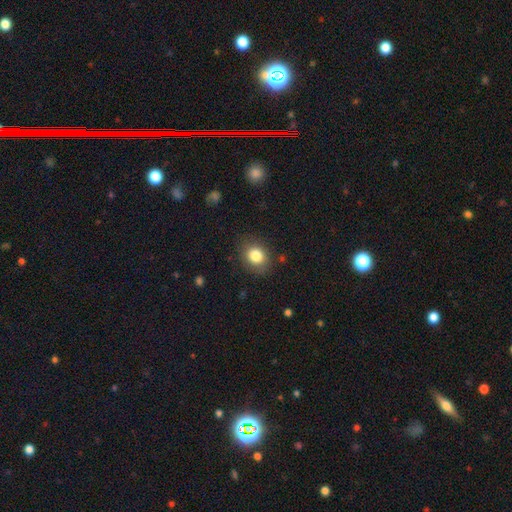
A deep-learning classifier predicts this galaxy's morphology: A smooth galaxy with no disk features (83%) that is round (59%).

Vote fractions:
- Smooth or featured? smooth: 83% / star or artifact: 10% / featured or disk: 8%
- How rounded? round: 59% / in between: 40% / cigar-shaped: 1%
- Merging? none: 82% / minor disturbance: 12% / major disturbance: 4% / merger: 1%